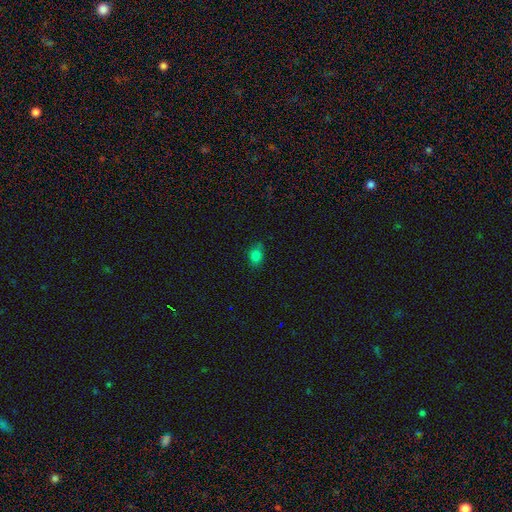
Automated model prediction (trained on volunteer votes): This is likely a smooth galaxy (80%). How rounded: likely in between (69%). Merging: likely none (80%).